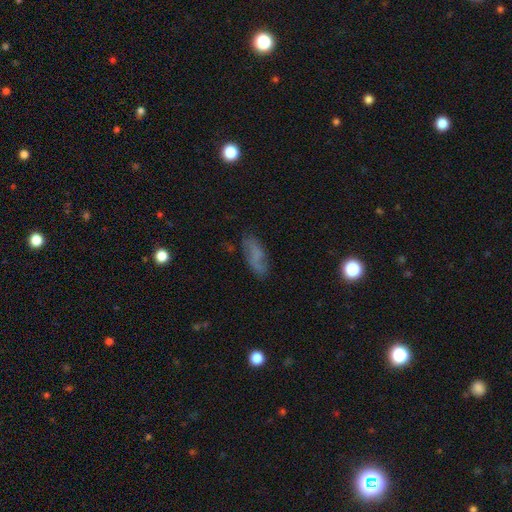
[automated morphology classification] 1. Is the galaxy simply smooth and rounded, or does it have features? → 51% smooth, 37% featured or disk, 13% star or artifact.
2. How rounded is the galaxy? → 74% in between, 22% cigar-shaped, 5% round.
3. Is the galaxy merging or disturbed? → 69% none, 20% minor disturbance, 8% major disturbance, 3% merger.